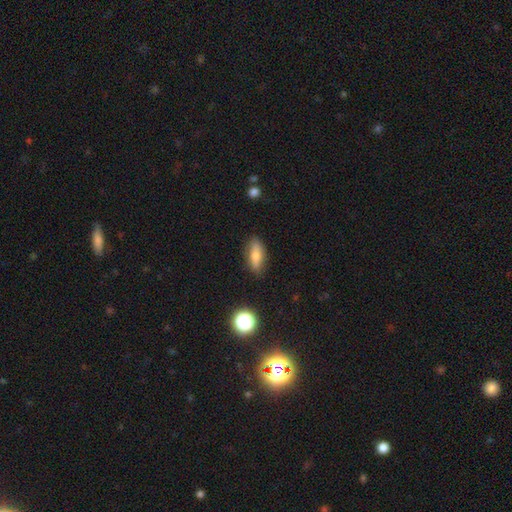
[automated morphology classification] A smooth galaxy with no disk features (66%) that is in between round and cigar-shaped (61%). Merging: none (85%).